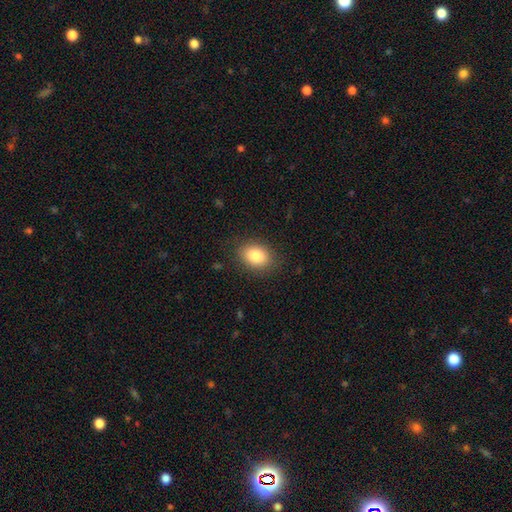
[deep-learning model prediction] Q: Smooth or featured?
A: smooth (84%); runner-up: star or artifact (8%)
Q: How rounded?
A: in between (75%); runner-up: round (24%)
Q: Merging?
A: none (85%); runner-up: minor disturbance (11%)